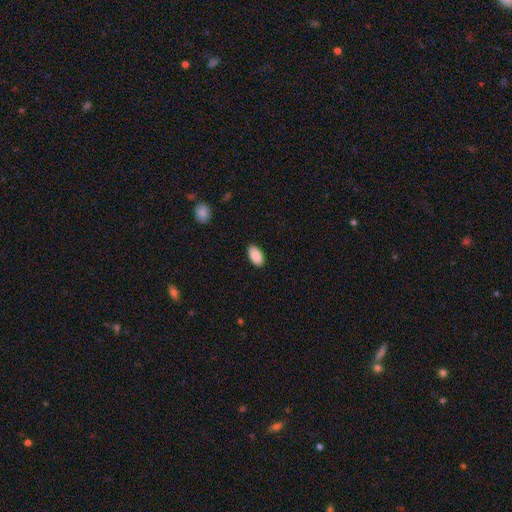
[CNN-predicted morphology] type=smooth (90%); roundness=in between (95%); merging=none (89%).